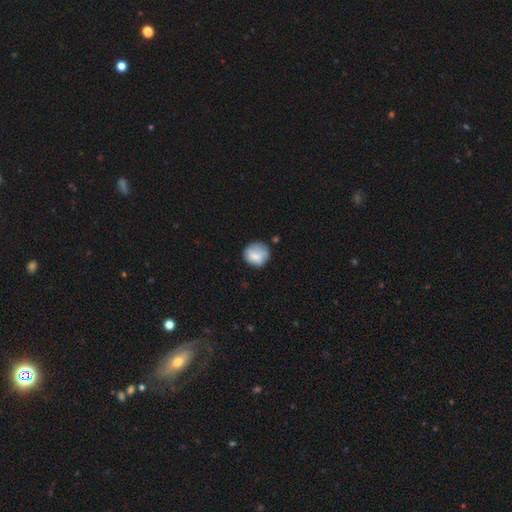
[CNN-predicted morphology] This is likely a smooth galaxy (76%). How rounded: clearly round (85%). Merging: likely none (70%).